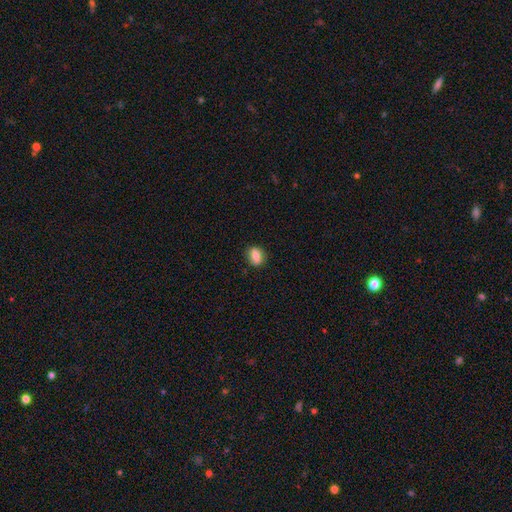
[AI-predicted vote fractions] This appears to be a smooth galaxy with no disk features (72%) that is in between round and cigar-shaped (57%). Merging: none (86%).